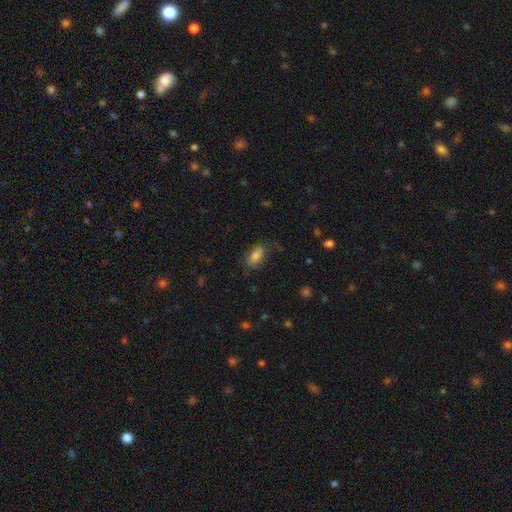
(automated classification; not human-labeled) Smooth or featured? Predicted: smooth (p=0.78). How rounded? Predicted: in between (p=0.86). Merging? Predicted: none (p=0.71).